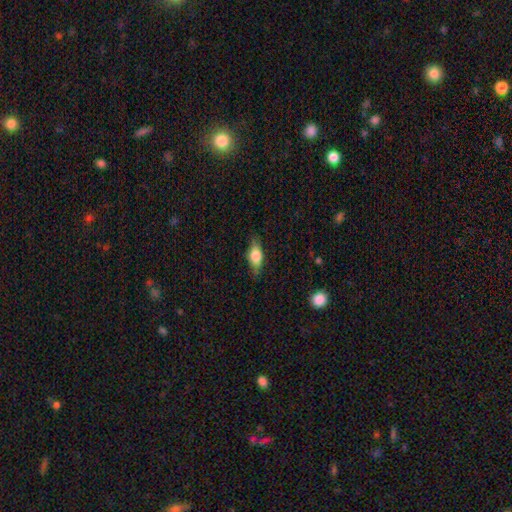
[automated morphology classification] Smooth or featured? smooth (68%)
How rounded? in between (76%)
Merging? none (80%)